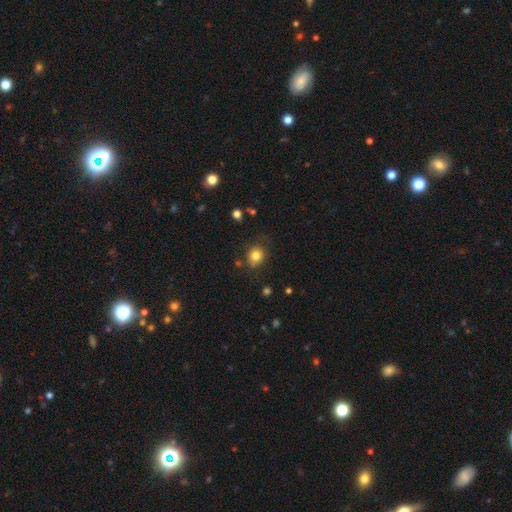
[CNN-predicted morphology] This is clearly a smooth galaxy (81%). How rounded: likely round (74%). Merging: likely none (75%).